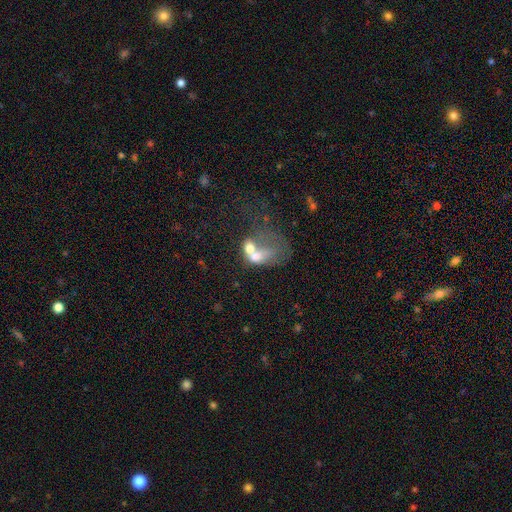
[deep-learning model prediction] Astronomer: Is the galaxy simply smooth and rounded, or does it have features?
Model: smooth — 52% (runner-up: featured or disk, 36%).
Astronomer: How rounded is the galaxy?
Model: in between — 69%.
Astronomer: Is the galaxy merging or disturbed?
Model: merger — 60%.